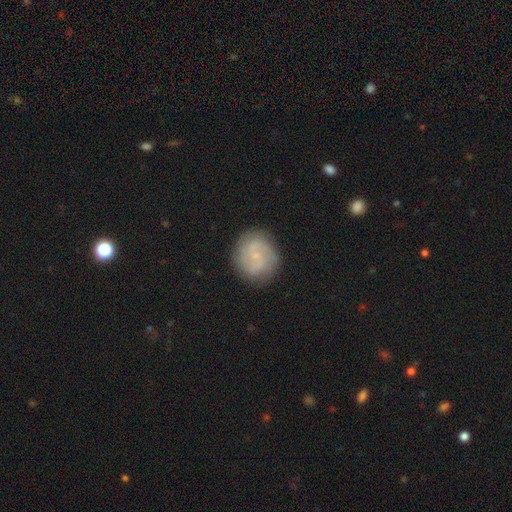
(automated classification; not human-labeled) Smooth or featured? featured or disk (59%)
Edge-on disk? no (98%)
Bar? no (57%)
Spiral arms? yes (89%)
Spiral winding? medium (45%)
Spiral arm count? 2 (60%)
Bulge size? small (74%)
Merging? none (83%)